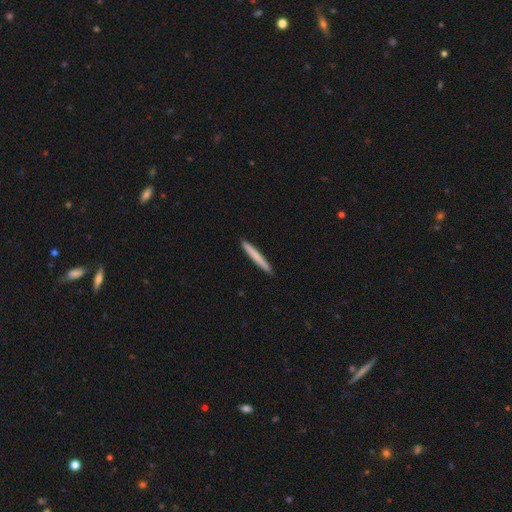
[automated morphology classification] A smooth galaxy with no disk features (74%) that is cigar-shaped (97%).

Vote fractions:
- Smooth or featured? smooth: 74% / featured or disk: 21% / star or artifact: 5%
- How rounded? cigar-shaped: 97% / in between: 2% / round: 1%
- Merging? none: 93% / minor disturbance: 4% / major disturbance: 1% / merger: 1%